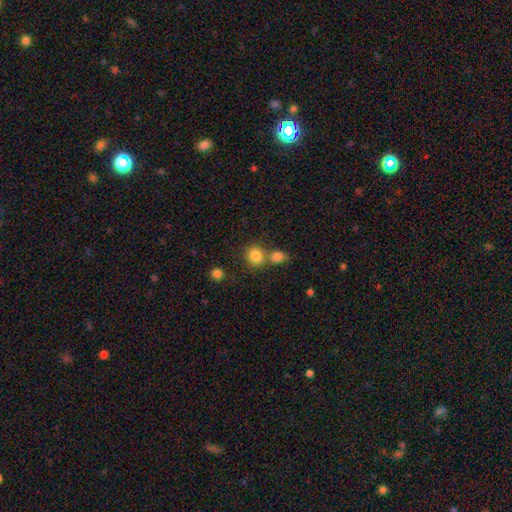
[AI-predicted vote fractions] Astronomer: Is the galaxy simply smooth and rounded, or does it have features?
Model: smooth — 83%.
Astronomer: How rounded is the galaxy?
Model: round — 82%.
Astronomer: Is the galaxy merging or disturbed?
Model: none — 57%.